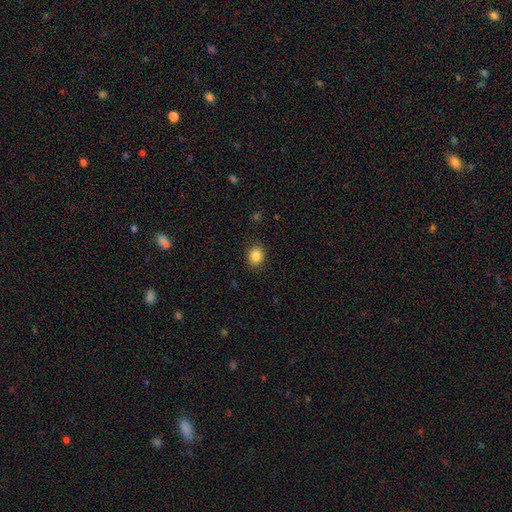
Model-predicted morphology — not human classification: Smooth or featured: smooth — 86% (star or artifact — 9%)
How rounded: round — 56% (in between — 43%)
Merging: none — 88% (minor disturbance — 8%)